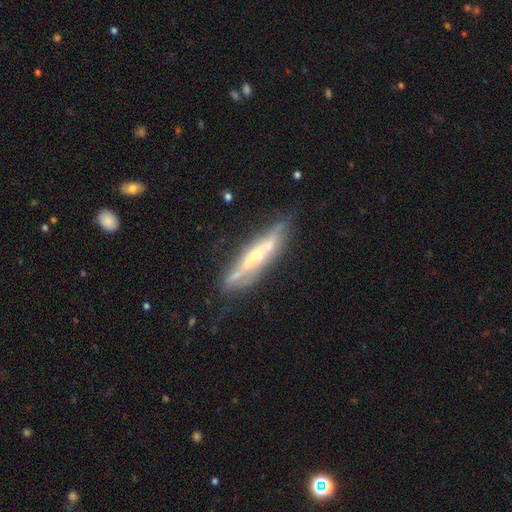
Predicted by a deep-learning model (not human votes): Overall: featured or disk (65%; smooth 28%). Edge-on disk: yes (76%). Merging: none (62%; minor disturbance 24%).